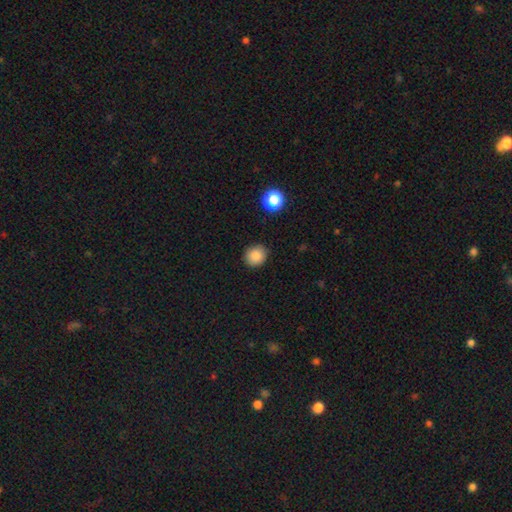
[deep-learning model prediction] This is clearly a smooth galaxy (86%). How rounded: clearly round (84%). Merging: clearly none (89%).